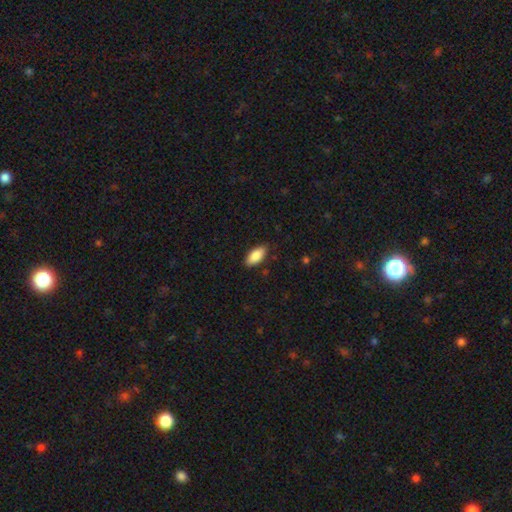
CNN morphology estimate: This is clearly a smooth galaxy (86%). How rounded: clearly in between (88%). Merging: clearly none (85%).